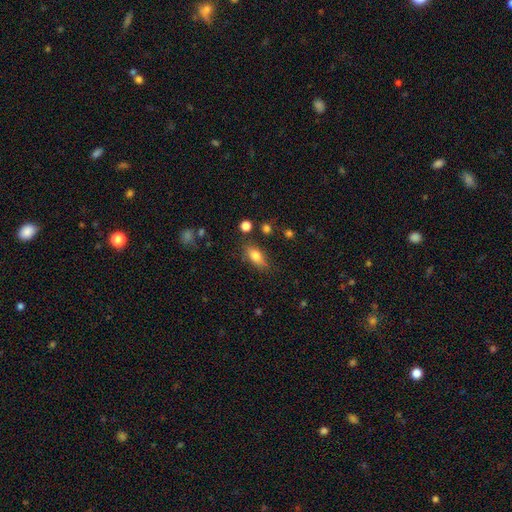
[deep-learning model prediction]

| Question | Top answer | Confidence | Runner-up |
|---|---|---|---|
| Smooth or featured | smooth | 78% | featured or disk (13%) |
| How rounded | in between | 81% | cigar-shaped (12%) |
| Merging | none | 75% | minor disturbance (17%) |